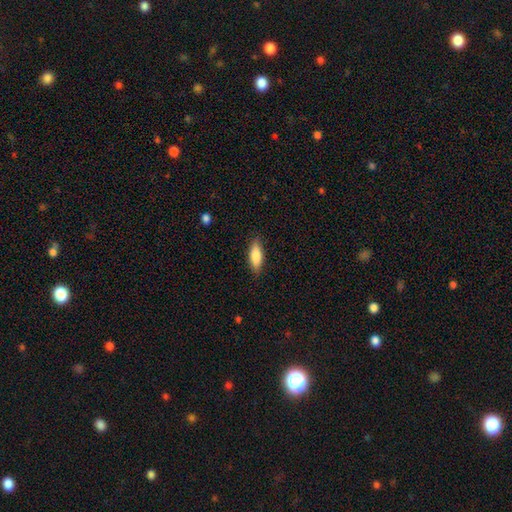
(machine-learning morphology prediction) This appears to be a smooth galaxy with no disk features (80%) that is in between round and cigar-shaped (60%). Merging: none (85%).